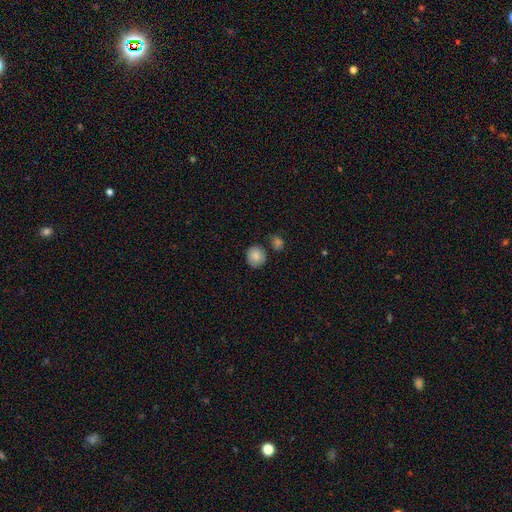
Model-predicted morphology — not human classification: smooth-or-featured: smooth: 86% | star or artifact: 8% | featured or disk: 6%
  how-rounded: round: 86% | in between: 13% | cigar-shaped: 1%
  merging: none: 76% | minor disturbance: 12% | merger: 9% | major disturbance: 3%